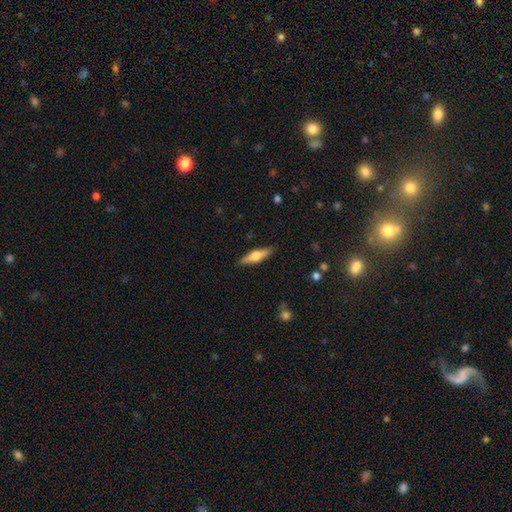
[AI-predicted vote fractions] Morphology: type=featured or disk (53%); edge-on=yes (94%); merging=none (89%).